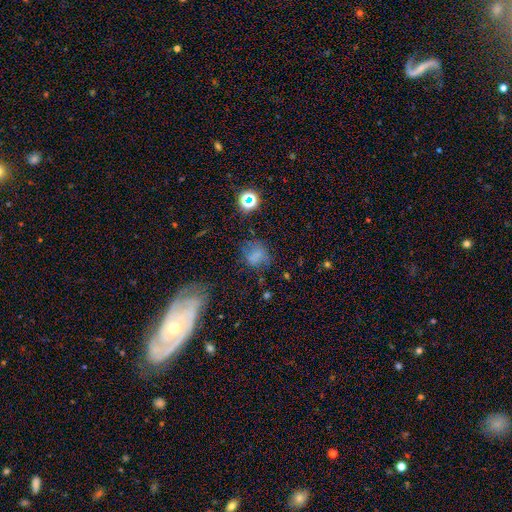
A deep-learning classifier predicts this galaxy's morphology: Smooth or featured?
  - smooth: 62% *
  - star or artifact: 24%
  - featured or disk: 14%
How rounded?
  - round: 72% *
  - in between: 27%
  - cigar-shaped: 1%
Merging?
  - none: 62% *
  - minor disturbance: 20%
  - major disturbance: 13%
  - merger: 4%